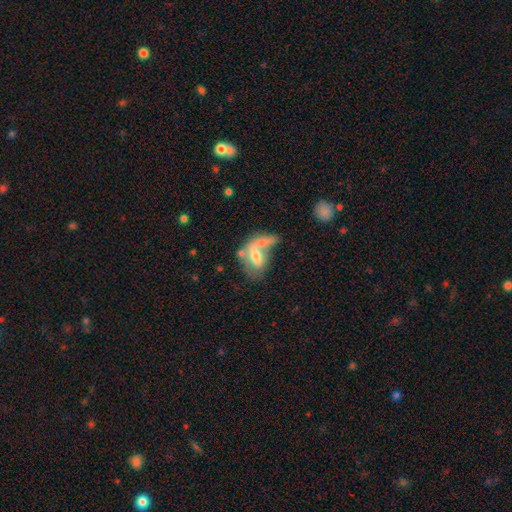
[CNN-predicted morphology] smooth_or_featured: smooth (p=0.54) [alt: featured or disk p=0.38]
how_rounded: in between (p=0.82) [alt: round p=0.10]
merging: merger (p=0.42) [alt: major disturbance p=0.26]